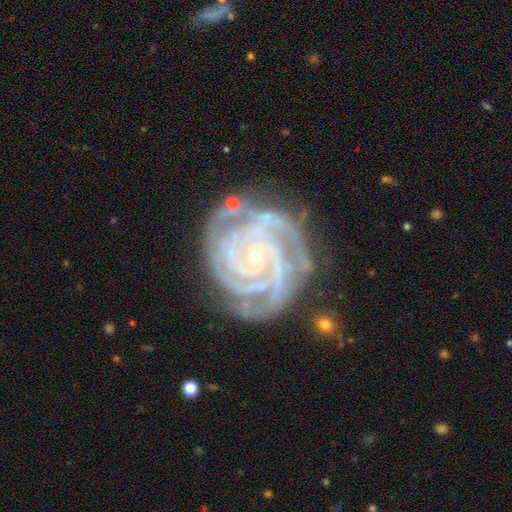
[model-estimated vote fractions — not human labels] Smooth or featured? Predicted: featured or disk (p=0.92). Edge-on disk? Predicted: no (p=0.98). Bar? Predicted: no (p=0.67). Spiral arms? Predicted: yes (p=0.99). Spiral winding? Predicted: tight (p=0.79). Spiral arm count? Predicted: 3 (p=0.36). Bulge size? Predicted: small (p=0.85). Merging? Predicted: none (p=0.71).